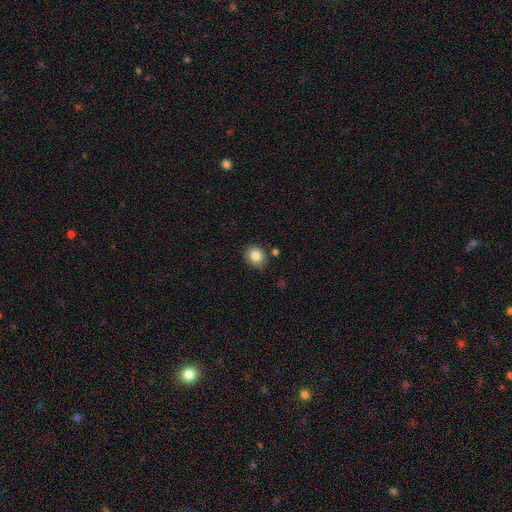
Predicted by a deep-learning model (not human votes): smooth_or_featured: smooth (p=0.83) [alt: star or artifact p=0.10]
how_rounded: round (p=0.72) [alt: in between p=0.27]
merging: none (p=0.81) [alt: minor disturbance p=0.12]